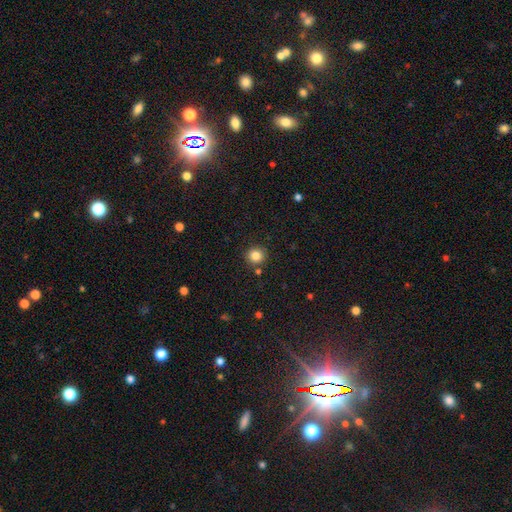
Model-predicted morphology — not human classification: Overall: smooth (84%). How rounded: round (94%). Merging: none (88%).